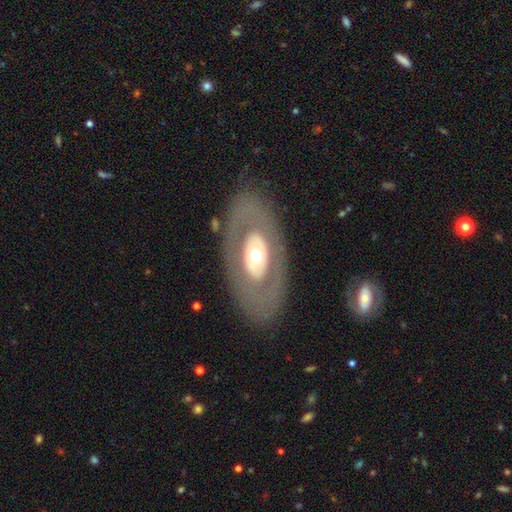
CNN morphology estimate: This is possibly a featured or disk galaxy (60%). It is clearly not viewed edge-on (87%). Bar: clearly no (87%). Spiral arm pattern: clearly no (91%). Central bulge: likely moderate (63%). Merging: clearly none (81%).